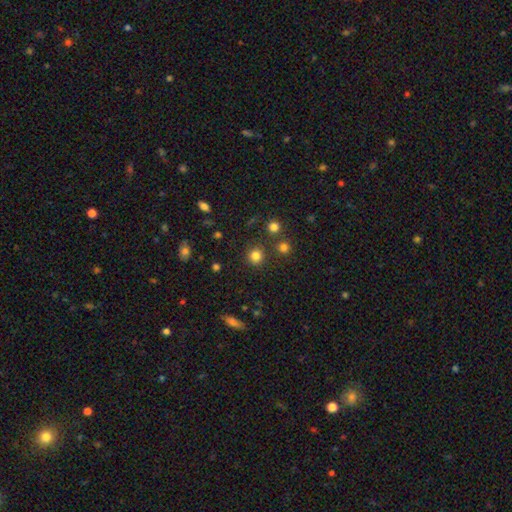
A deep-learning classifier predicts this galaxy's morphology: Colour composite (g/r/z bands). It shows a smooth galaxy with no disk features (81%) that is round (91%). Merging: none (87%).